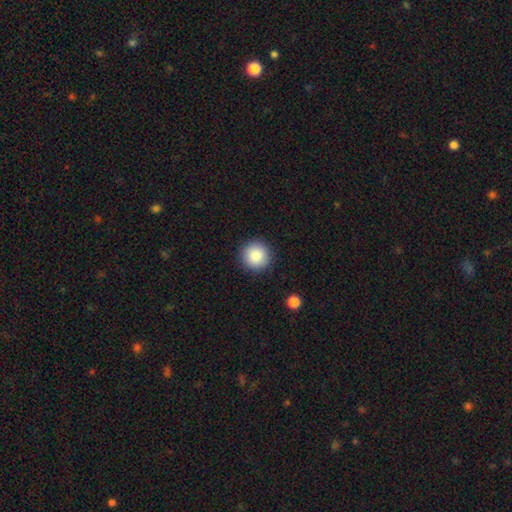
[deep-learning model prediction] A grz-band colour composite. It shows a smooth galaxy with no disk features (87%) that is round (95%). Merging: none (92%).